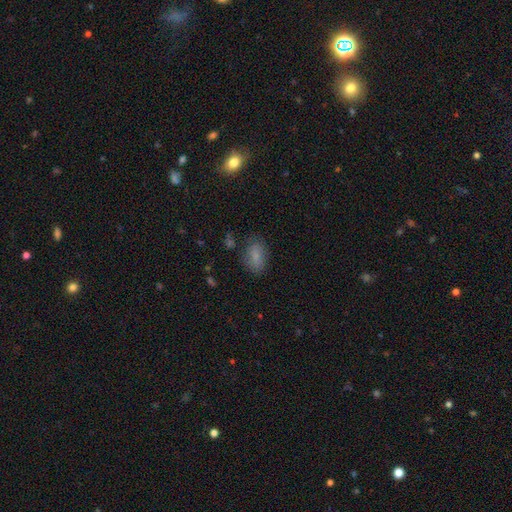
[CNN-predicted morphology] Overall: smooth (78%). How rounded: in between (86%). Merging: none (71%).